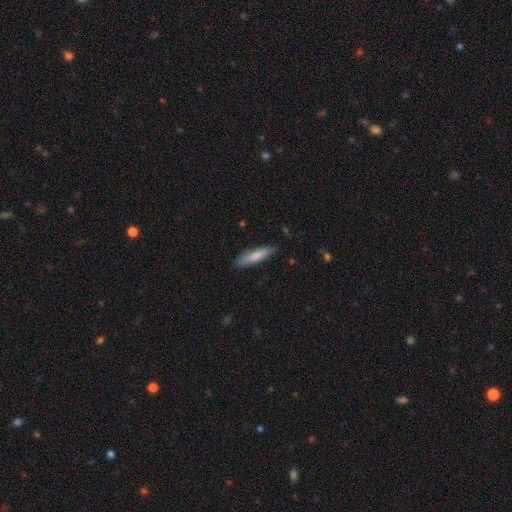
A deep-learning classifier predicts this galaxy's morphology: Q: Smooth or featured?
A: smooth (78%); runner-up: featured or disk (16%)
Q: How rounded?
A: cigar-shaped (76%); runner-up: in between (22%)
Q: Merging?
A: none (82%); runner-up: minor disturbance (14%)